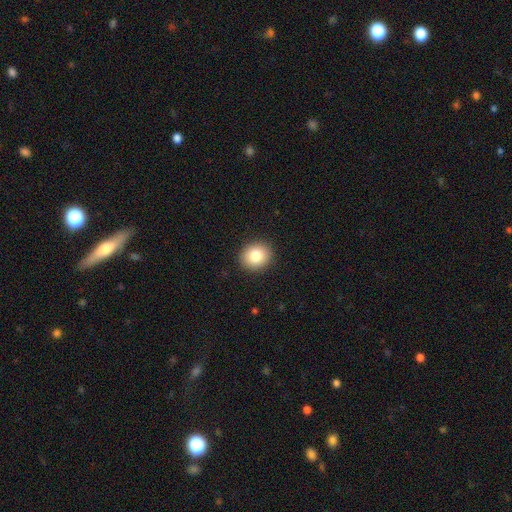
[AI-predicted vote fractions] This is clearly a smooth galaxy (83%). How rounded: likely round (74%). Merging: clearly none (91%).